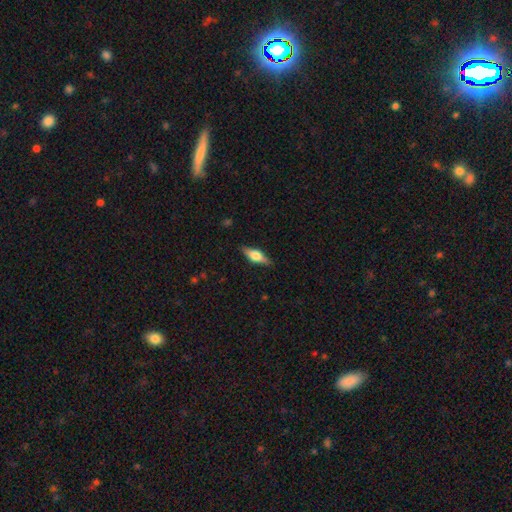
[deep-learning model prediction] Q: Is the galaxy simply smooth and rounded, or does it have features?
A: featured or disk — 49%.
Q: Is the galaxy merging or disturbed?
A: none — 86%.